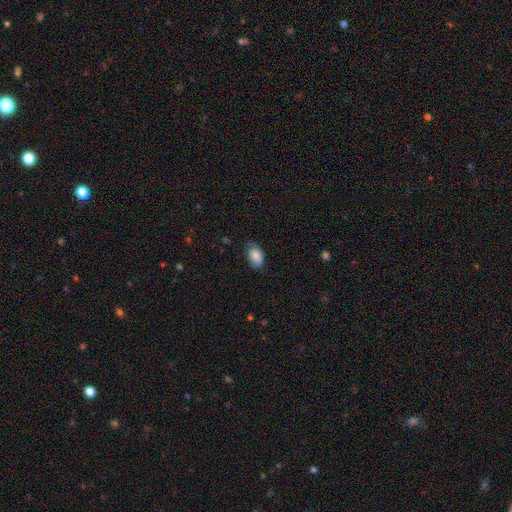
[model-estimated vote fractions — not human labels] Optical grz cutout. It shows a smooth galaxy with no disk features (80%) that is in between round and cigar-shaped (90%). Merging: none (69%).